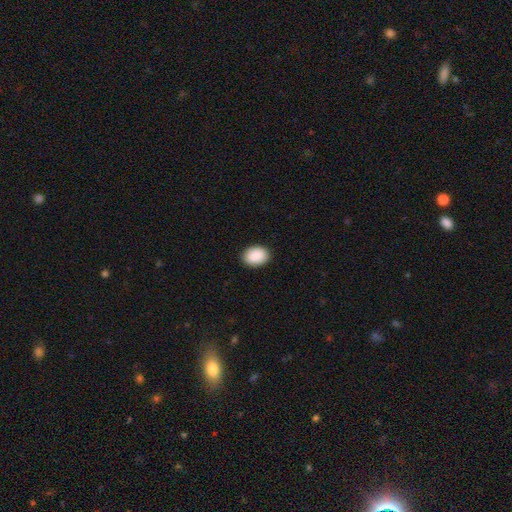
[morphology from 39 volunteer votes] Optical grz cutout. It shows a smooth galaxy with no disk features (100%) that is in between round and cigar-shaped (90%). Merging: none (87%).